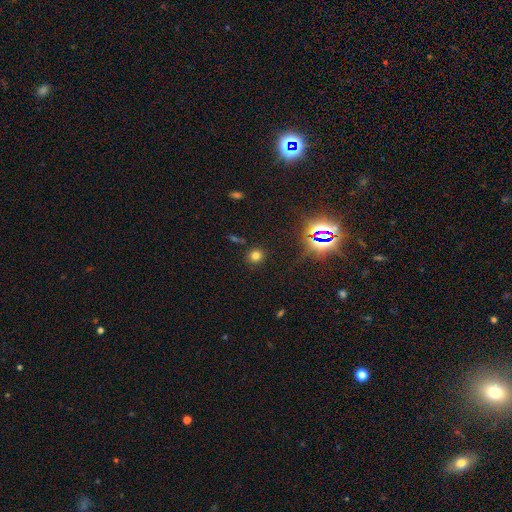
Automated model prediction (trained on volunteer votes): Smooth or featured? Predicted: smooth (p=0.70). How rounded? Predicted: round (p=0.89). Merging? Predicted: none (p=0.86).